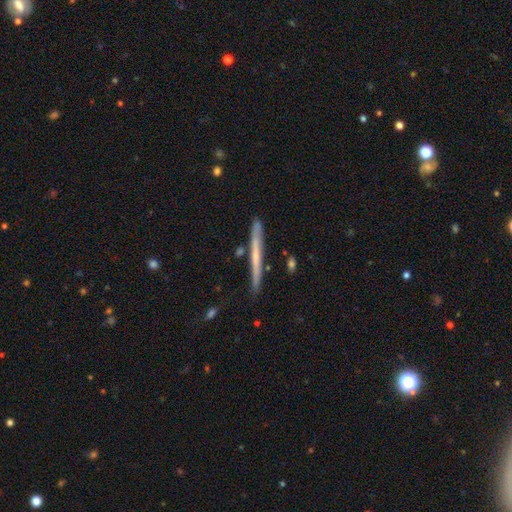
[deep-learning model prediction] This is possibly a featured or disk galaxy (50%). It is clearly viewed edge-on (96%). Merging: clearly none (86%).